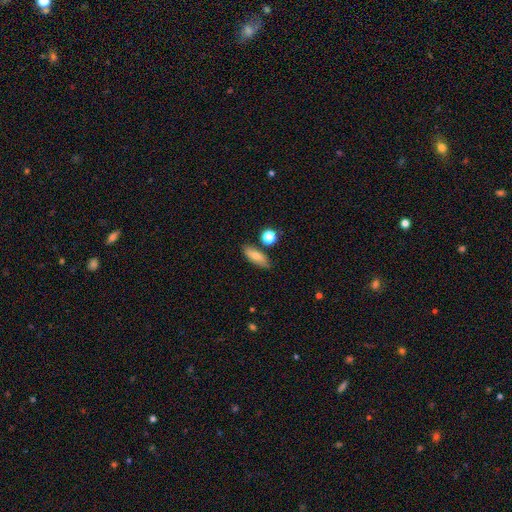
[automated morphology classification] This is likely a smooth galaxy (73%). How rounded: likely in between (67%). Merging: likely none (79%).